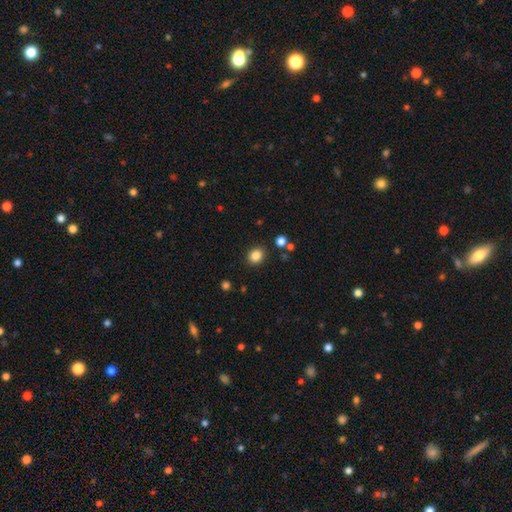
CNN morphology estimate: smooth-or-featured: smooth: 85% | star or artifact: 11% | featured or disk: 4%
  how-rounded: round: 66% | in between: 33% | cigar-shaped: 1%
  merging: none: 88% | minor disturbance: 7% | major disturbance: 2% | merger: 2%